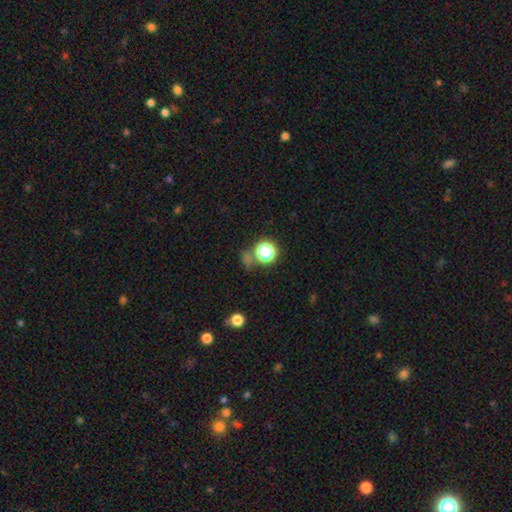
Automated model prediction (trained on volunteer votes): Smooth or featured? star or artifact (54%)